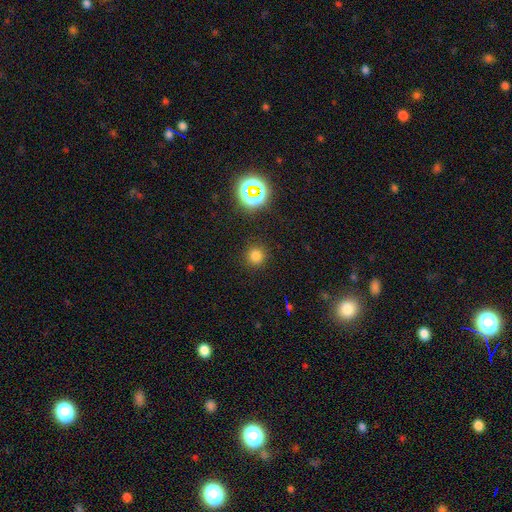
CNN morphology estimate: A smooth galaxy with no disk features (75%) that is round (94%). Merging: none (90%).